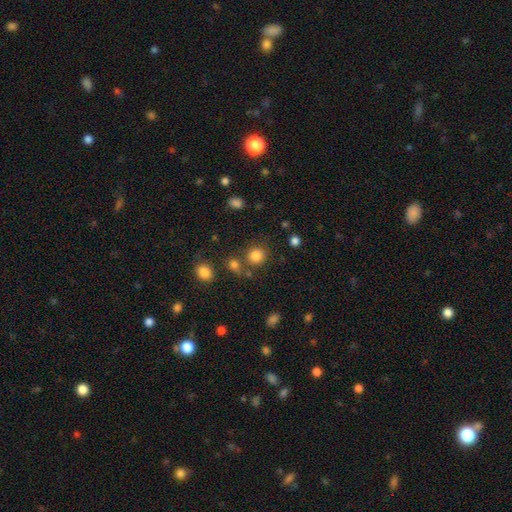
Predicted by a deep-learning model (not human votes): This is clearly a smooth galaxy (82%). How rounded: clearly round (88%). Merging: likely none (74%).